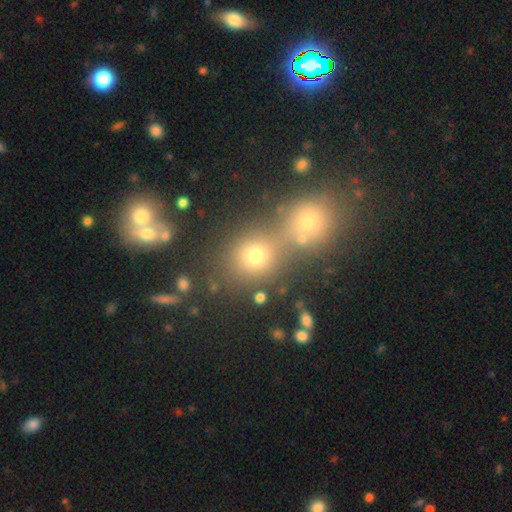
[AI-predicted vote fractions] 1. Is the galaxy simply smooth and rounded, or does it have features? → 62% smooth, 27% star or artifact, 11% featured or disk.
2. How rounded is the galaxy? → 82% round, 17% in between, 1% cigar-shaped.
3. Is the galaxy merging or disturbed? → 58% none, 30% merger, 8% minor disturbance, 4% major disturbance.